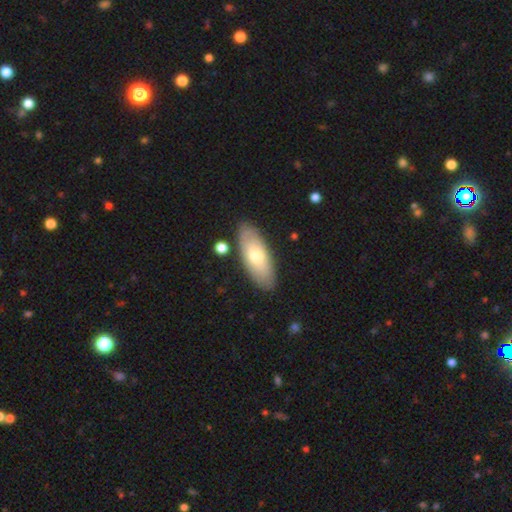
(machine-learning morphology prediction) smooth 64%, featured or disk 31%, star or artifact 5%. Down the decision tree: how rounded — in between (80%); merging — none (84%).